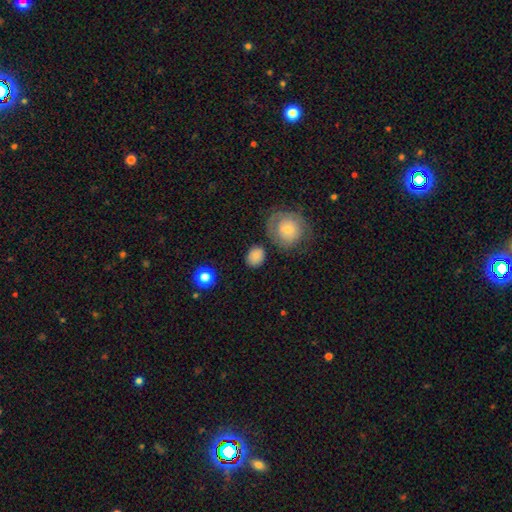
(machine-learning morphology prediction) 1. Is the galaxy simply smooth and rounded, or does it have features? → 85% smooth, 8% star or artifact, 7% featured or disk.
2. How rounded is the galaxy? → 62% round, 37% in between, 1% cigar-shaped.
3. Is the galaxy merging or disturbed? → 77% none, 13% minor disturbance, 6% merger, 4% major disturbance.